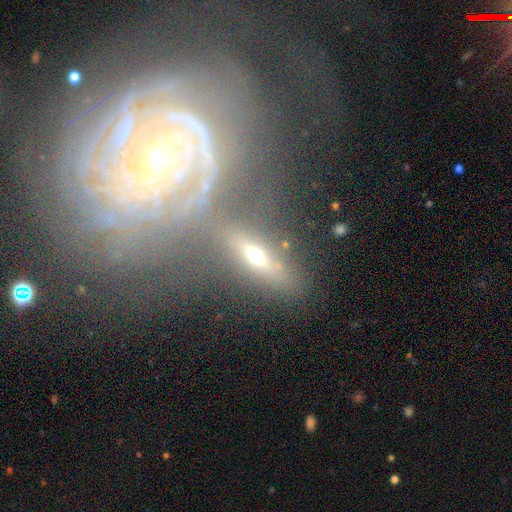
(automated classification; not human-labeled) Smooth or featured? Predicted: featured or disk (p=0.45). Merging? Predicted: none (p=0.63).